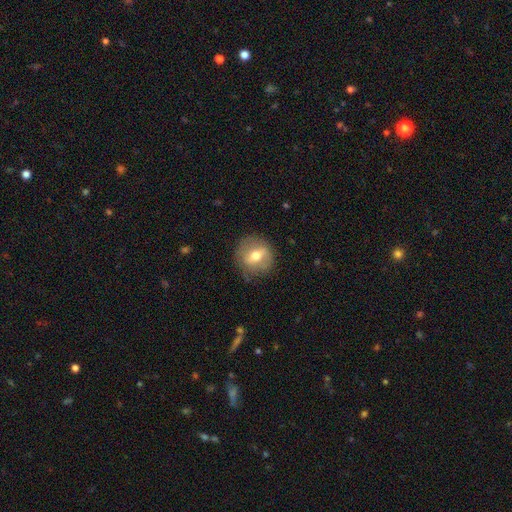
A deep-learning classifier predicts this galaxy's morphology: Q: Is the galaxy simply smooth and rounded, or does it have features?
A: smooth — 55%.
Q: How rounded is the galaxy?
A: round — 84%.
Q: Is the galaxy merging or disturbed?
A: none — 78%.